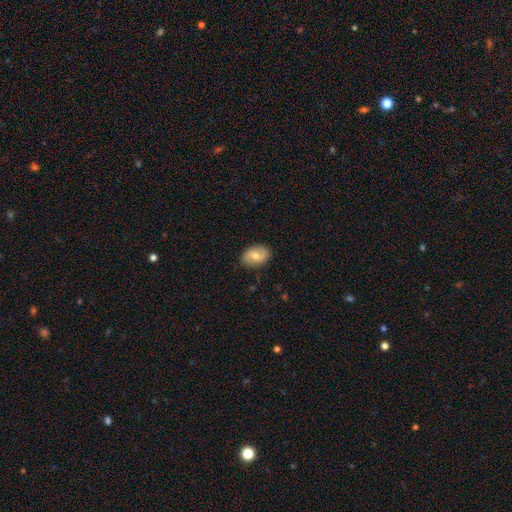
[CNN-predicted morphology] smooth 62%, featured or disk 31%, star or artifact 7%. Down the decision tree: how rounded — in between (82%); merging — none (85%).